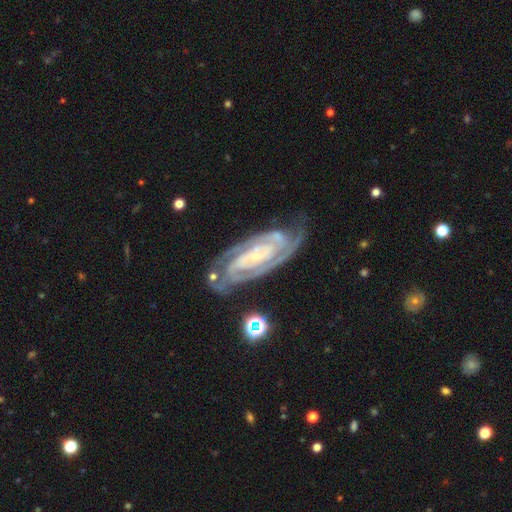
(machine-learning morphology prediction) featured or disk 92%, star or artifact 5%, smooth 4%. Down the decision tree: edge-on disk — no (95%); bar — no (50%); spiral arms — yes (98%); spiral arm count — 2 (61%); spiral winding — tight (76%); bulge size — small (80%); merging — none (73%).